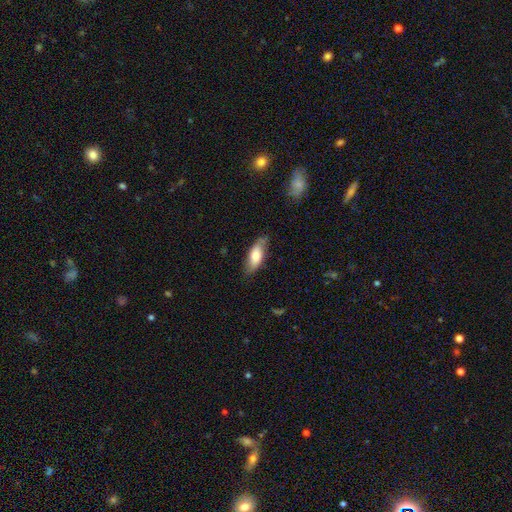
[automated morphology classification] Smooth or featured? Predicted: smooth (p=0.73). How rounded? Predicted: in between (p=0.73). Merging? Predicted: none (p=0.72).